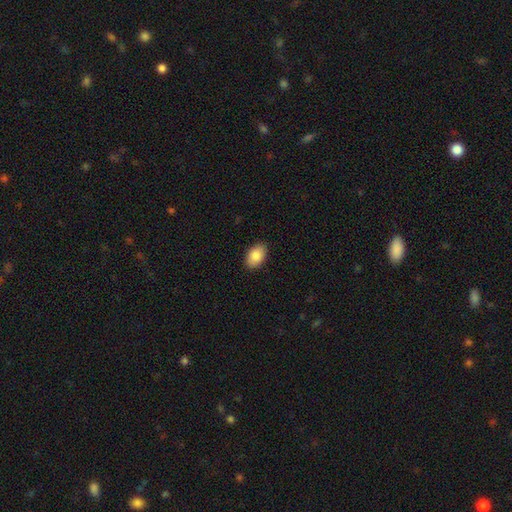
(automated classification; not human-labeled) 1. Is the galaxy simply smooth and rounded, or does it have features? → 88% smooth, 7% star or artifact, 6% featured or disk.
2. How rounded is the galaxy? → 91% in between, 8% round, 1% cigar-shaped.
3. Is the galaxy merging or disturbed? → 89% none, 8% minor disturbance, 2% major disturbance, 1% merger.